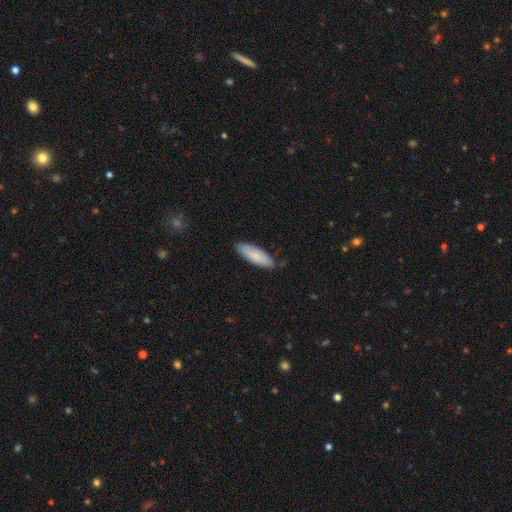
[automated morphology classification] Q: Smooth or featured?
A: smooth (80%); runner-up: featured or disk (14%)
Q: How rounded?
A: in between (58%); runner-up: cigar-shaped (41%)
Q: Merging?
A: none (80%); runner-up: minor disturbance (16%)